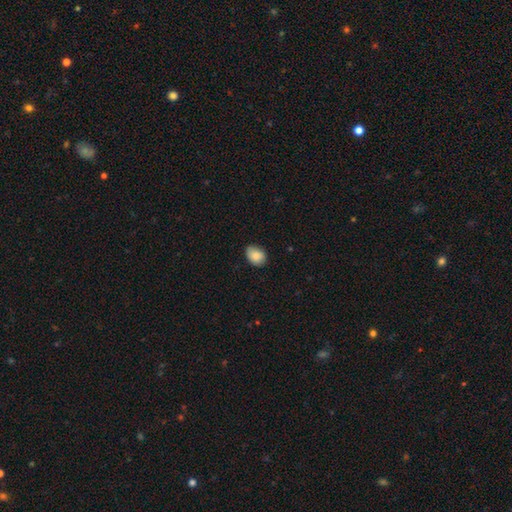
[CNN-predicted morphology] This is clearly a smooth galaxy (87%). How rounded: likely in between (70%). Merging: likely none (77%).